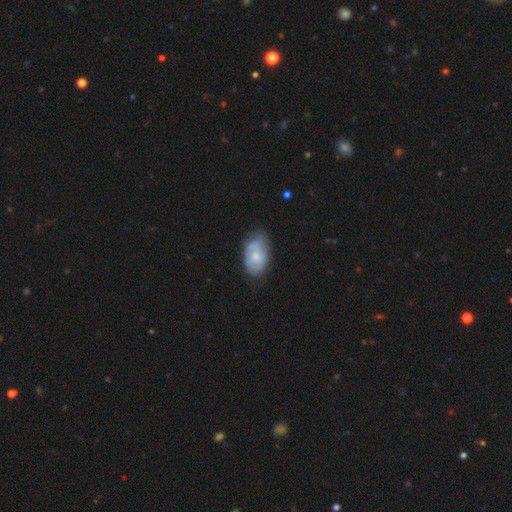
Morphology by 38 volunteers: smooth_or_featured: smooth (p=0.53) [alt: featured or disk p=0.42]
how_rounded: in between (p=0.85) [alt: round p=0.15]
merging: none (p=0.53) [alt: minor disturbance p=0.44]